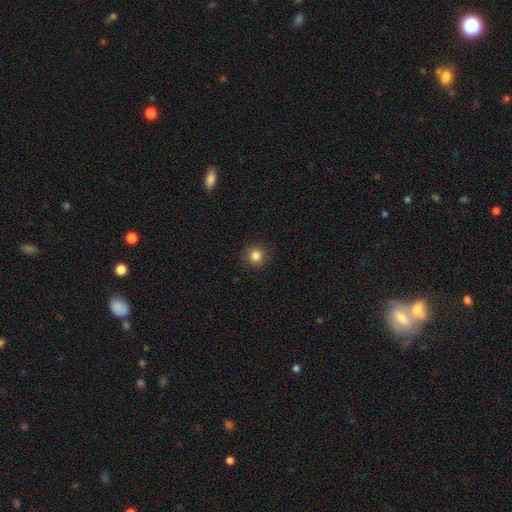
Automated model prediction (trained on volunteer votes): Overall: smooth (84%). How rounded: round (94%). Merging: none (92%).